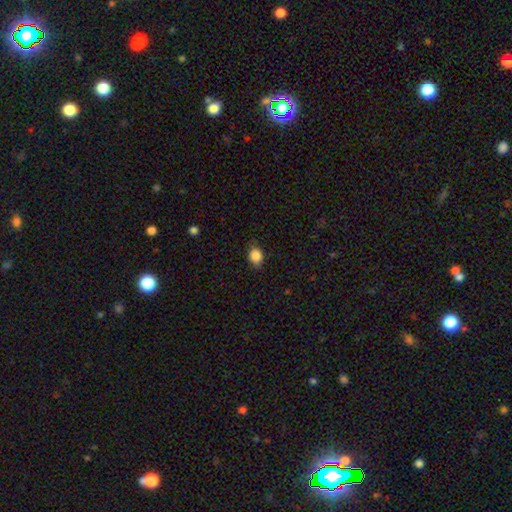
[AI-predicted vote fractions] Smooth or featured: smooth — 87% (star or artifact — 9%)
How rounded: in between — 50% (round — 49%)
Merging: none — 78% (minor disturbance — 17%)